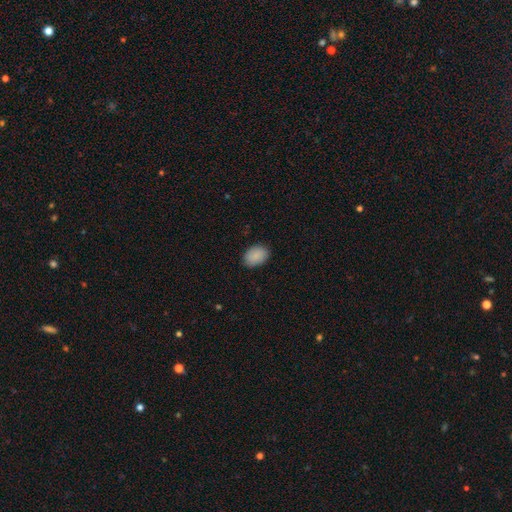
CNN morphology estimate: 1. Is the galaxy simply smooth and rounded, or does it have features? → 89% smooth, 7% star or artifact, 4% featured or disk.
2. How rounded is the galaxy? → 79% in between, 20% round, 1% cigar-shaped.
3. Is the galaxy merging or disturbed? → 86% none, 11% minor disturbance, 2% major disturbance, 1% merger.